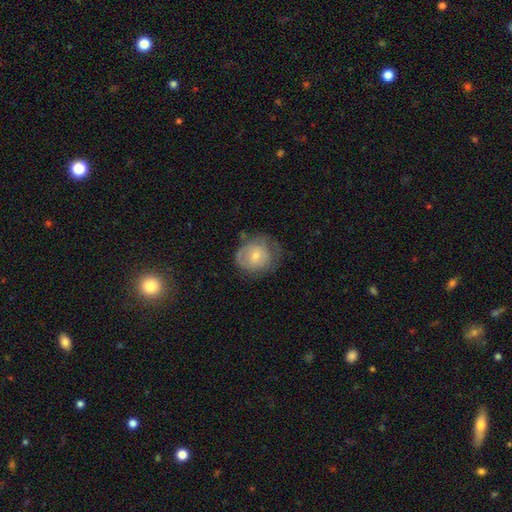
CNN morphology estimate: smooth_or_featured: smooth (p=0.52) [alt: featured or disk p=0.41]
how_rounded: round (p=0.74) [alt: in between p=0.25]
merging: none (p=0.50) [alt: minor disturbance p=0.29]